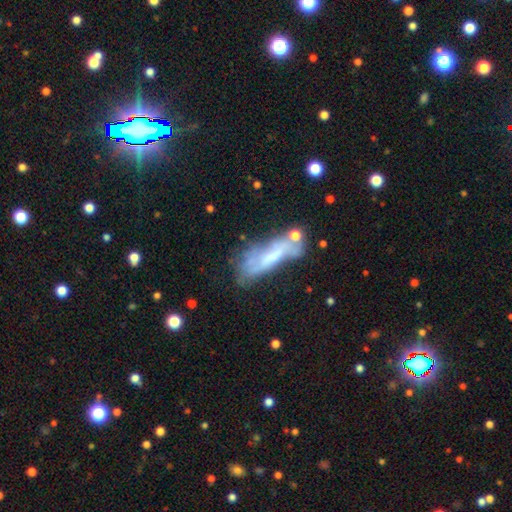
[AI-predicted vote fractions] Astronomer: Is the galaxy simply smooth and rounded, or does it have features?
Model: featured or disk — 48% (runner-up: smooth, 42%).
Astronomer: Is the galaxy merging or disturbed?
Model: none — 36% (runner-up: minor disturbance, 25%).